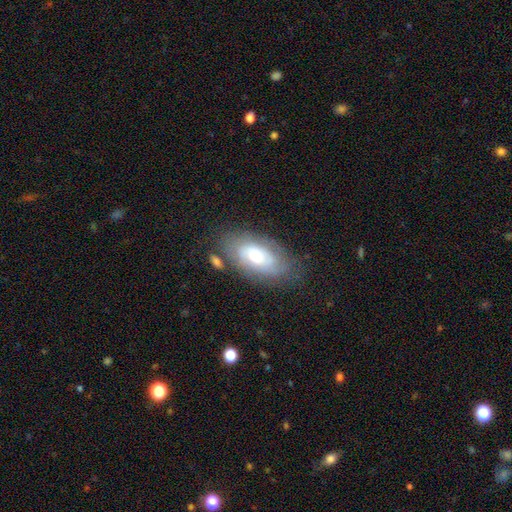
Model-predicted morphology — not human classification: type=featured or disk (57%); edge-on=no (92%); bar=no (70%); spiral arms=yes (77%); bulge=moderate (53%); merging=none (67%).